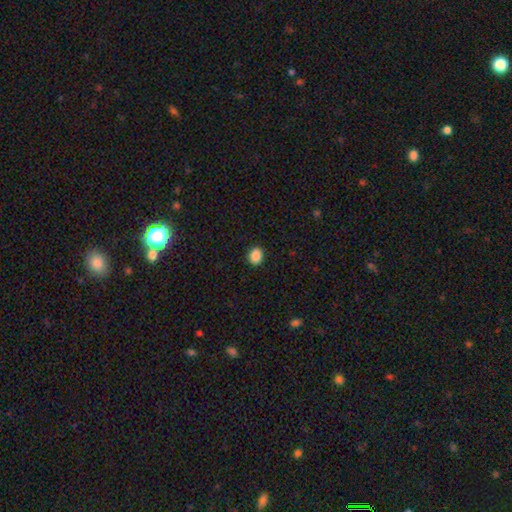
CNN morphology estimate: smooth_or_featured: smooth (p=0.88) [alt: star or artifact p=0.09]
how_rounded: round (p=0.52) [alt: in between p=0.47]
merging: none (p=0.91) [alt: minor disturbance p=0.06]